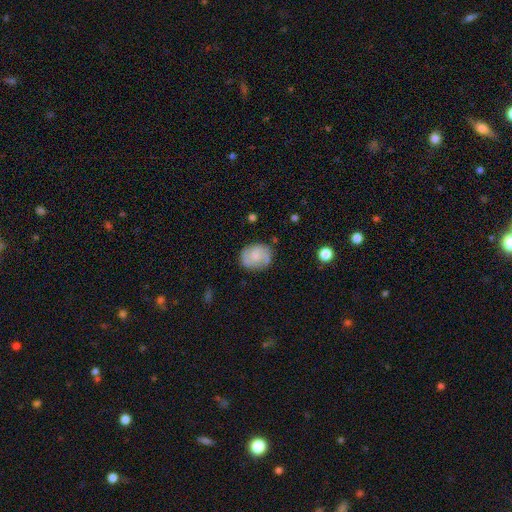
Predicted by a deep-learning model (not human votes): smooth 47%, featured or disk 46%, star or artifact 7%. Down the decision tree: merging — none (75%).